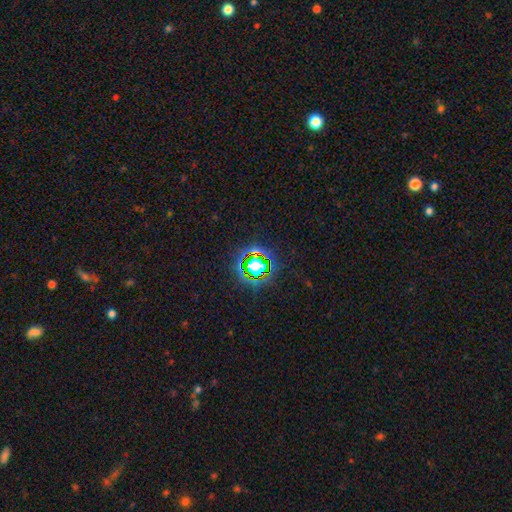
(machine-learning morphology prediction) A star or artifact, not a galaxy (69%).

Vote fractions:
- Smooth or featured? star or artifact: 69% / smooth: 19% / featured or disk: 11%